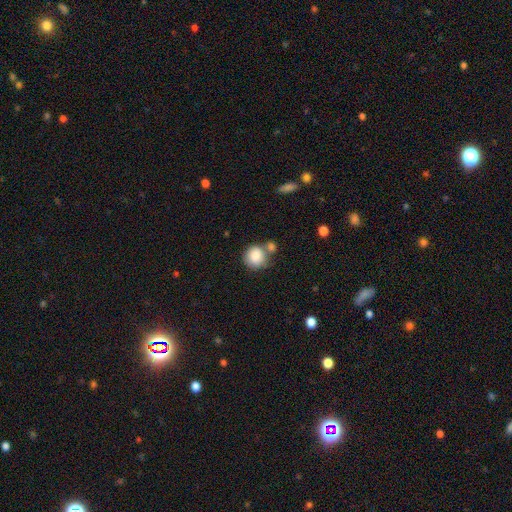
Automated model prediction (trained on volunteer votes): Morphology: type=smooth (86%); roundness=round (86%); merging=none (52%).